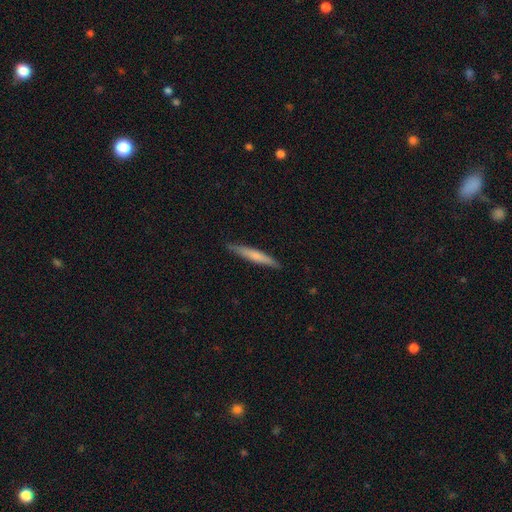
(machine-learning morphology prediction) A smooth galaxy with no disk features (61%) that is cigar-shaped (94%).

Vote fractions:
- Smooth or featured? smooth: 61% / featured or disk: 34% / star or artifact: 5%
- How rounded? cigar-shaped: 94% / in between: 4% / round: 1%
- Merging? none: 88% / minor disturbance: 9% / major disturbance: 2% / merger: 1%